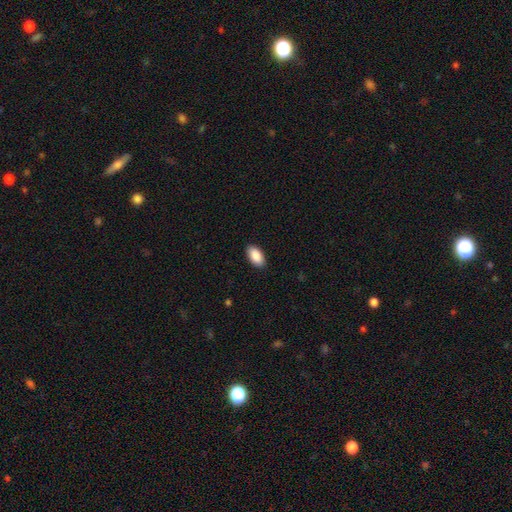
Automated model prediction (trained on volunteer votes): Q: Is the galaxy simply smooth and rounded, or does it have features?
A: smooth — 91%.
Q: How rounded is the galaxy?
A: in between — 95%.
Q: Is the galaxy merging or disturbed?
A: none — 90%.